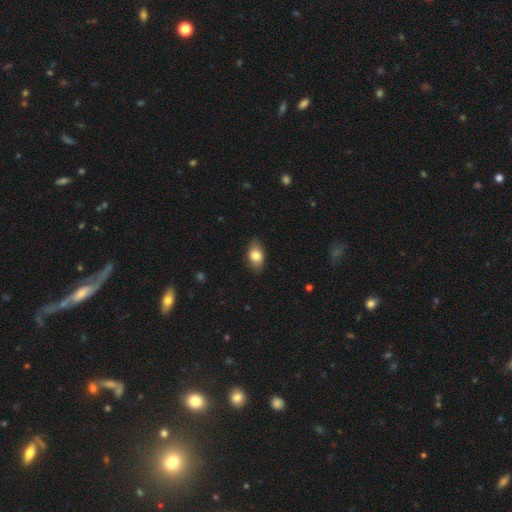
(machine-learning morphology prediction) smooth_or_featured: smooth (p=0.78) [alt: featured or disk p=0.14]
how_rounded: in between (p=0.87) [alt: round p=0.11]
merging: none (p=0.81) [alt: minor disturbance p=0.15]